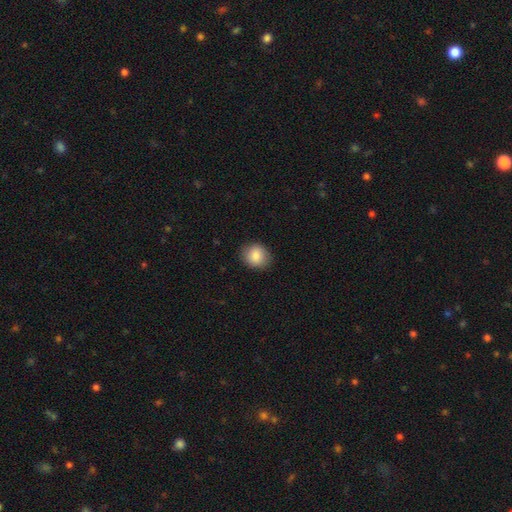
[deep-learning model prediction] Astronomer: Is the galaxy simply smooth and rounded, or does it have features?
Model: smooth — 85%.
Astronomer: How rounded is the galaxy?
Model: round — 72%.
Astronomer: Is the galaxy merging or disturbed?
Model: none — 86%.